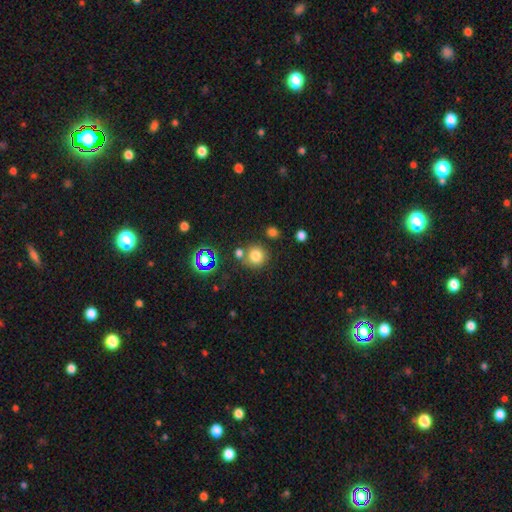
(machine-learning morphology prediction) This appears to be a smooth galaxy with no disk features (76%) that is round (90%). Merging: none (70%).